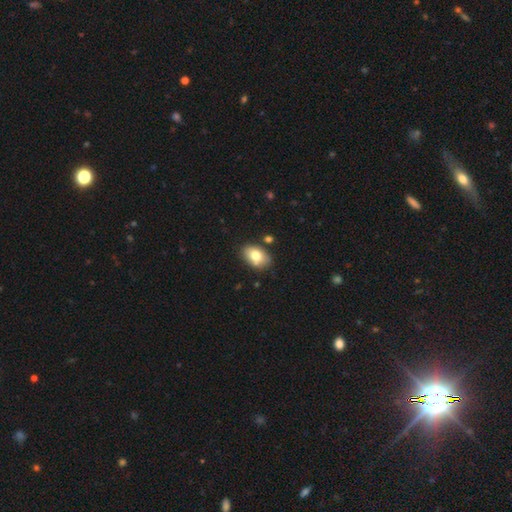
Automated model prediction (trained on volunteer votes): The model was most divided on "smooth or featured": smooth: 76%, featured or disk: 16%, star or artifact: 8%. More confident: how rounded — in between (84%); merging — none (77%).